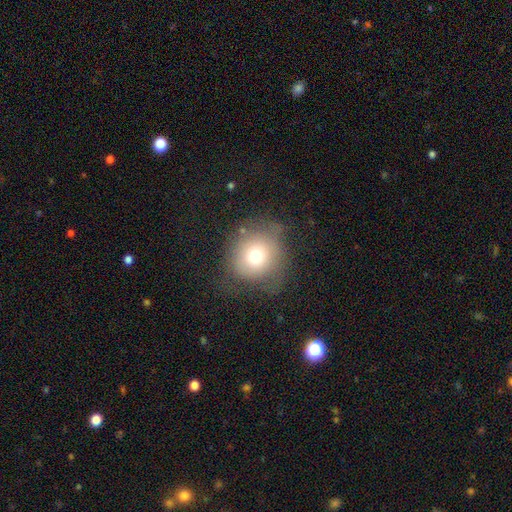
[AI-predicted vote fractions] A smooth galaxy with no disk features (70%) that is round (85%).

Vote fractions:
- Smooth or featured? smooth: 70% / featured or disk: 15% / star or artifact: 14%
- How rounded? round: 85% / in between: 14% / cigar-shaped: 1%
- Merging? none: 65% / minor disturbance: 21% / major disturbance: 12% / merger: 2%